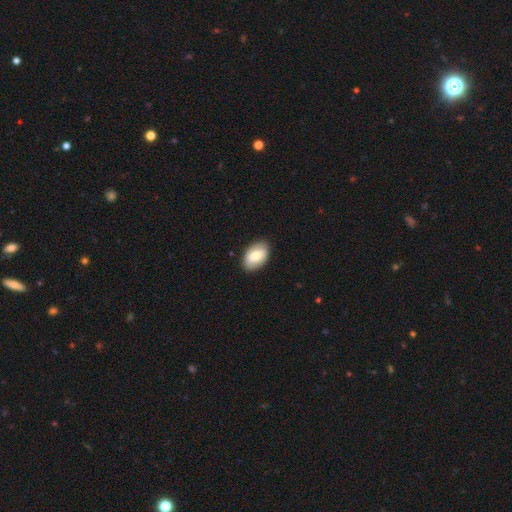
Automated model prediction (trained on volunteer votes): This appears to be a smooth galaxy with no disk features (74%) that is in between round and cigar-shaped (90%). Merging: none (86%).